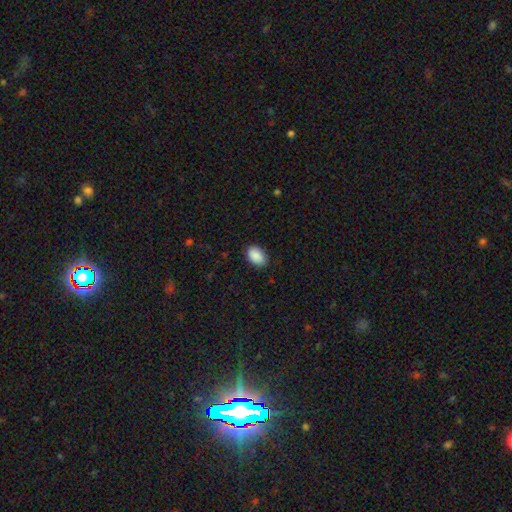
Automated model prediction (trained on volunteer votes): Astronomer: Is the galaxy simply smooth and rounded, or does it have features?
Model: smooth — 89%.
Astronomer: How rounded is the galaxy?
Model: in between — 87%.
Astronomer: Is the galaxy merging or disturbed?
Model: none — 85%.